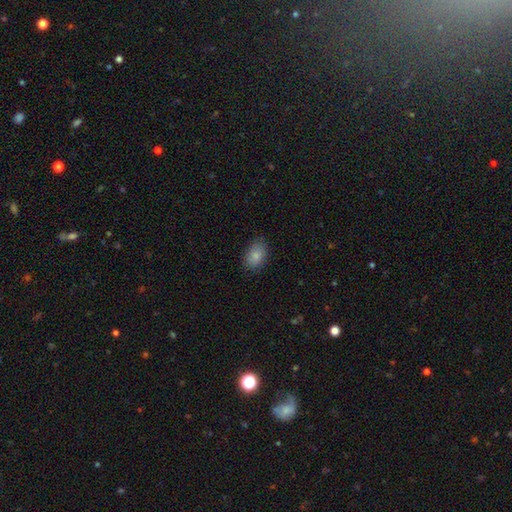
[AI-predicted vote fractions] This appears to be a smooth galaxy with no disk features (85%) that is in between round and cigar-shaped (85%). Merging: none (80%).